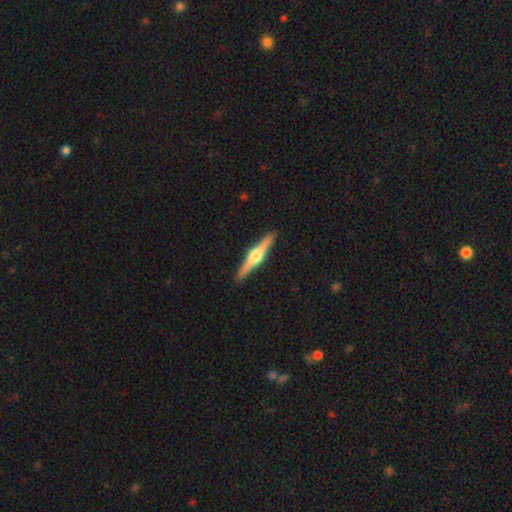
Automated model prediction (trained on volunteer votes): A featured or disk galaxy (78%) viewed edge-on (98%) with a rounded central bulge (93%). Merging: none (92%).